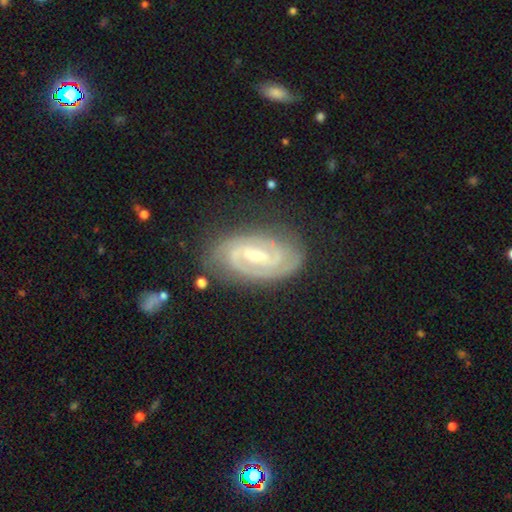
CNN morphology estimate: The model was most divided on "bar": weak: 47%, strong: 36%, no: 17%. More confident: spiral arms — yes (97%); edge-on disk — no (96%); smooth or featured — featured or disk (88%); merging — none (76%); spiral arm count — 2 (75%); spiral winding — tight (69%); bulge size — small (56%).